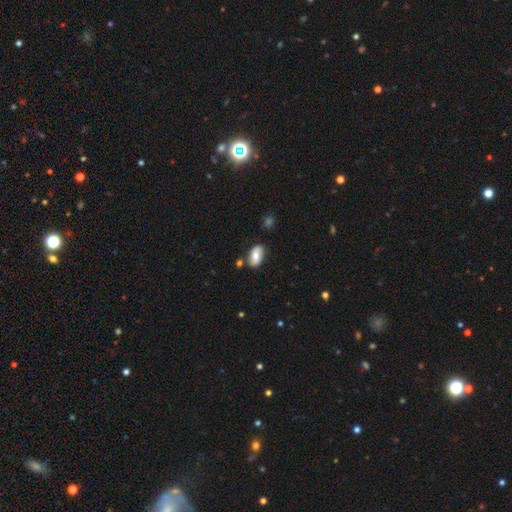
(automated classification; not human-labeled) smooth-or-featured: smooth: 64% | featured or disk: 29% | star or artifact: 7%
  how-rounded: in between: 92% | round: 5% | cigar-shaped: 3%
  merging: none: 77% | minor disturbance: 15% | merger: 5% | major disturbance: 3%